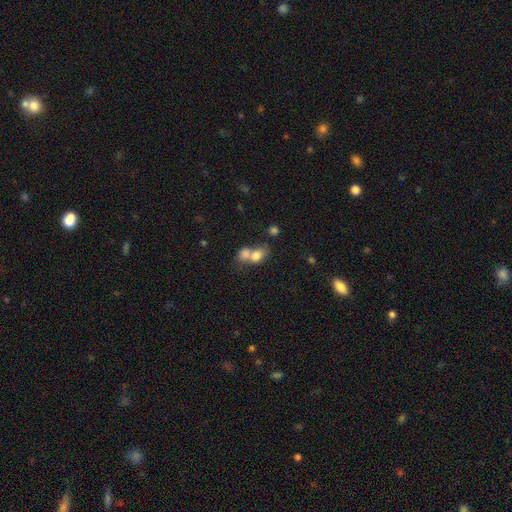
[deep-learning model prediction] Smooth or featured: smooth — 75% (featured or disk — 14%)
How rounded: in between — 64% (round — 34%)
Merging: merger — 67% (none — 21%)